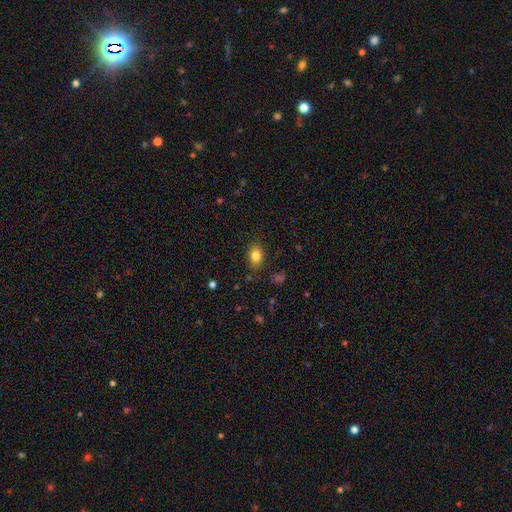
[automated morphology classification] smooth 82%, star or artifact 10%, featured or disk 8%. Down the decision tree: how rounded — in between (74%); merging — none (82%).